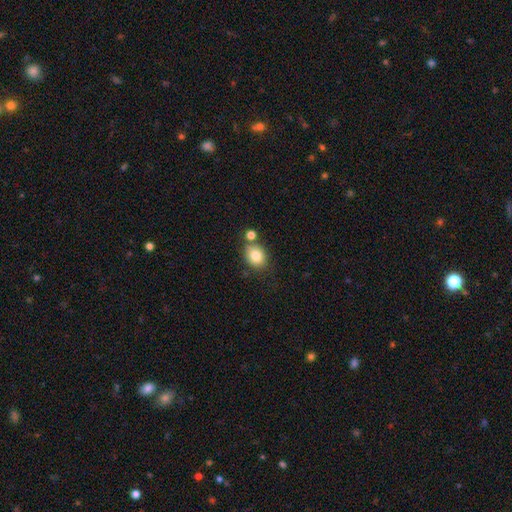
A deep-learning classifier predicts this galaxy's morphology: type=smooth (82%); roundness=in between (53%); merging=none (67%).